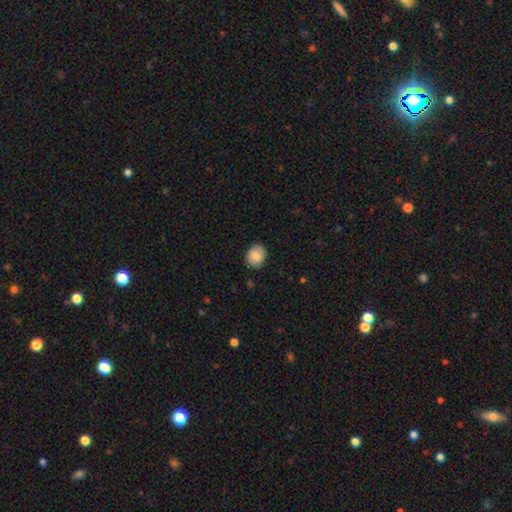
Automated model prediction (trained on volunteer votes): smooth 81%, featured or disk 12%, star or artifact 7%. Down the decision tree: how rounded — in between (50%); merging — none (84%).